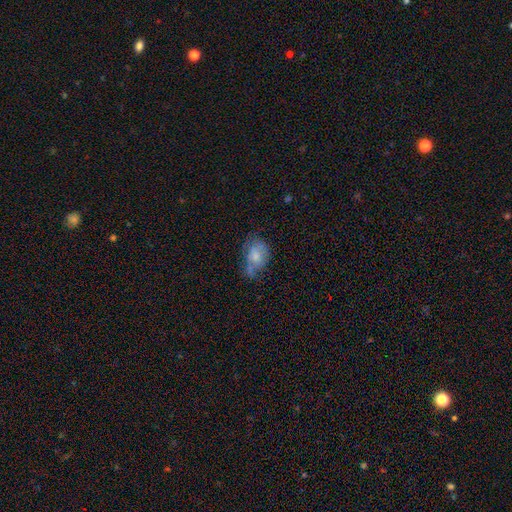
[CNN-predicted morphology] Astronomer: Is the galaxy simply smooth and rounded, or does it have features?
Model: smooth — 64%.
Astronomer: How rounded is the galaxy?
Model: in between — 79%.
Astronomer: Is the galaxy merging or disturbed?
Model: none — 38% (runner-up: minor disturbance, 35%).